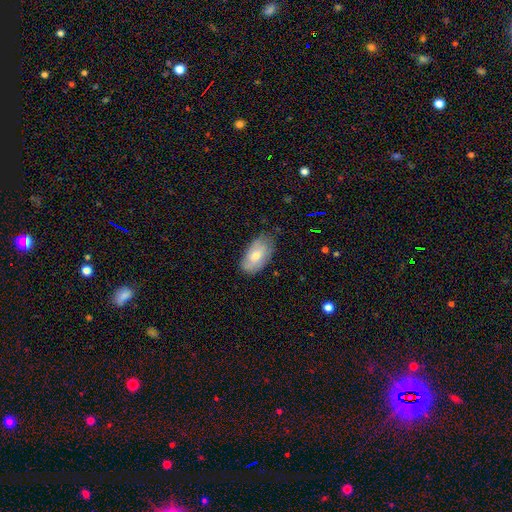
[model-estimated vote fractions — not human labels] Overall: smooth (60%; featured or disk 33%). How rounded: in between (93%). Merging: none (70%).